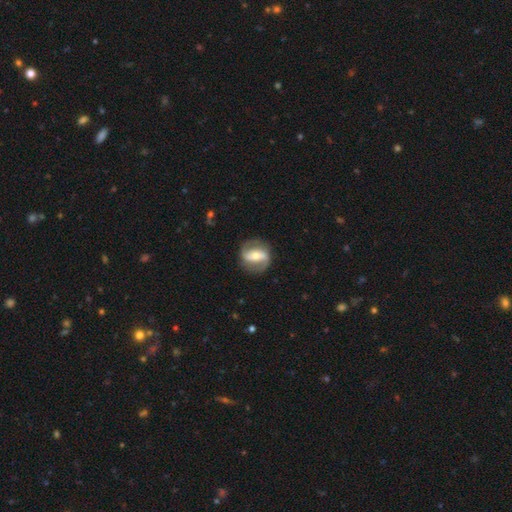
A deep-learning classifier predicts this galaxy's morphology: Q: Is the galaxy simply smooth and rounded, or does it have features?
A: featured or disk — 80%.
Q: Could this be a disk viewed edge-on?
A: no — 96%.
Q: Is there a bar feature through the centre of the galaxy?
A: strong — 51%.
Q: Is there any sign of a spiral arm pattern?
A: yes — 90%.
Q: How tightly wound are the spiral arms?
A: medium — 44%.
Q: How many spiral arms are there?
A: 2 — 90%.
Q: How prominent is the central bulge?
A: moderate — 56%.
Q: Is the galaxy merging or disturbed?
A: none — 83%.